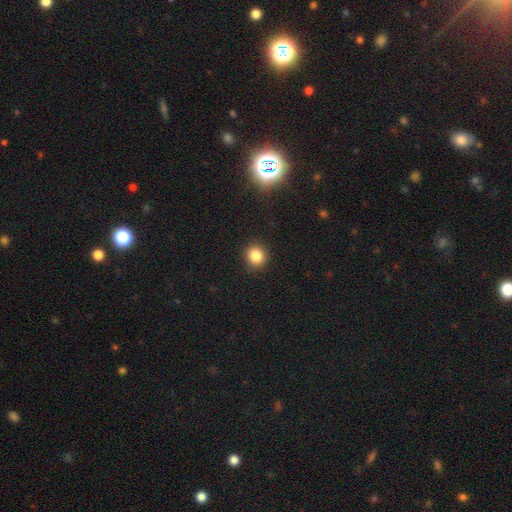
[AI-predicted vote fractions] Morphology: type=smooth (83%); roundness=round (86%); merging=none (91%).